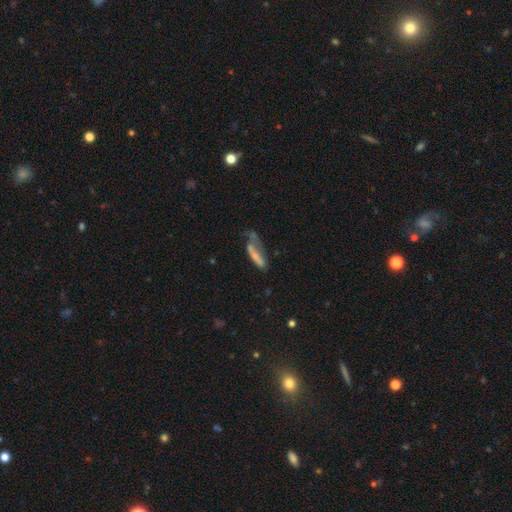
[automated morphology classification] smooth-or-featured: smooth: 56% | featured or disk: 34% | star or artifact: 10%
  how-rounded: cigar-shaped: 58% | in between: 39% | round: 2%
  merging: major disturbance: 40% | none: 25% | minor disturbance: 23% | merger: 12%